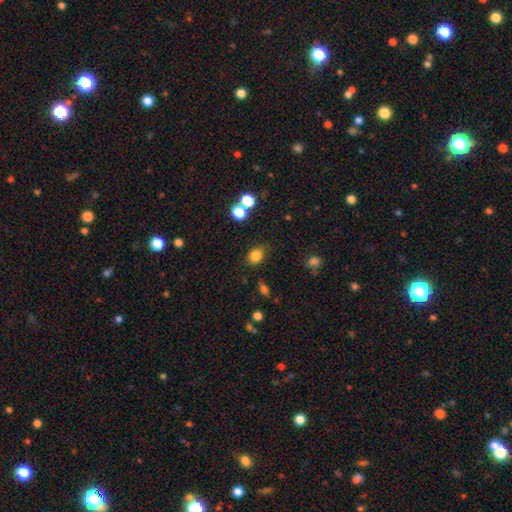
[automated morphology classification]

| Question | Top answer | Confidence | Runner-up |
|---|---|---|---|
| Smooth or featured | smooth | 81% | star or artifact (13%) |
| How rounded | round | 50% | in between (49%) |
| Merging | none | 76% | minor disturbance (15%) |